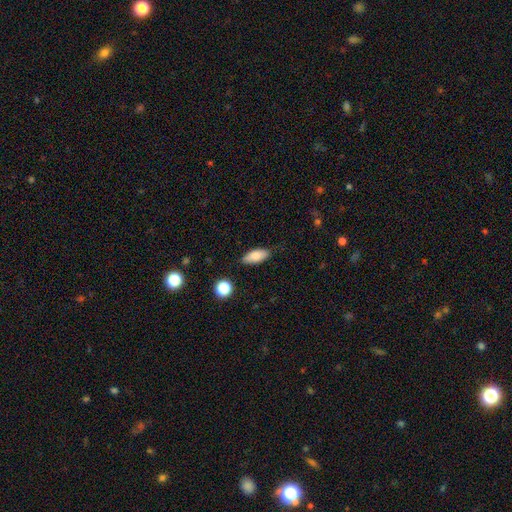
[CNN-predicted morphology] Smooth or featured?
  - smooth: 82% *
  - featured or disk: 11%
  - star or artifact: 8%
How rounded?
  - in between: 80% *
  - cigar-shaped: 17%
  - round: 3%
Merging?
  - none: 81% *
  - minor disturbance: 14%
  - major disturbance: 3%
  - merger: 2%